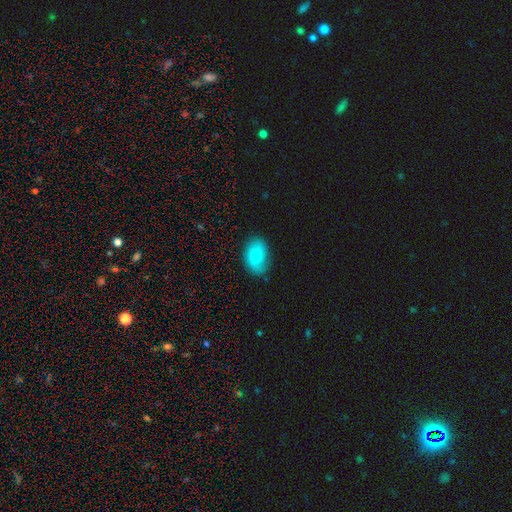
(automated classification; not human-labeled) This is likely a smooth galaxy (76%). How rounded: clearly in between (88%). Merging: likely none (76%).